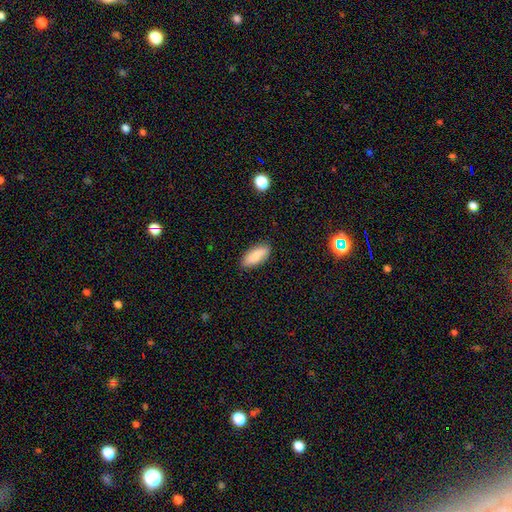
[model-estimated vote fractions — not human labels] Smooth or featured? Predicted: smooth (p=0.85). How rounded? Predicted: in between (p=0.79). Merging? Predicted: none (p=0.86).